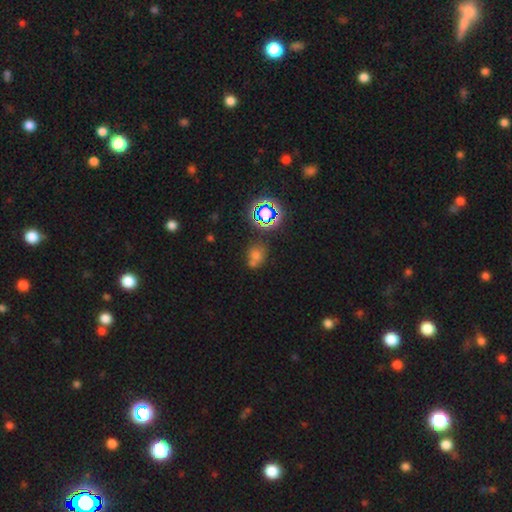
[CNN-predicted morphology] This is possibly a smooth galaxy (55%). How rounded: likely round (60%). Merging: possibly none (51%).